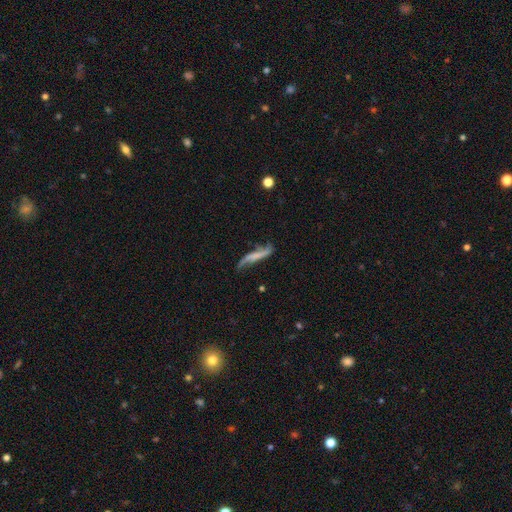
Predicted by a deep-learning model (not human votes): Smooth or featured? Predicted: featured or disk (p=0.63). Edge-on disk? Predicted: no (p=0.67). Merging? Predicted: none (p=0.52).